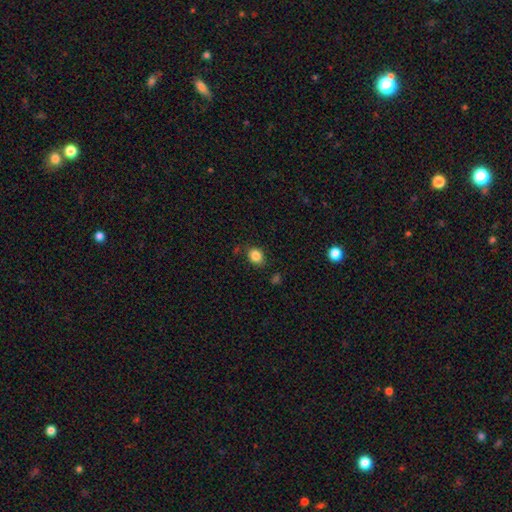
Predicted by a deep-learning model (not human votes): smooth-or-featured: smooth: 84% | star or artifact: 11% | featured or disk: 5%
  how-rounded: round: 54% | in between: 45% | cigar-shaped: 1%
  merging: none: 81% | minor disturbance: 13% | major disturbance: 4% | merger: 3%